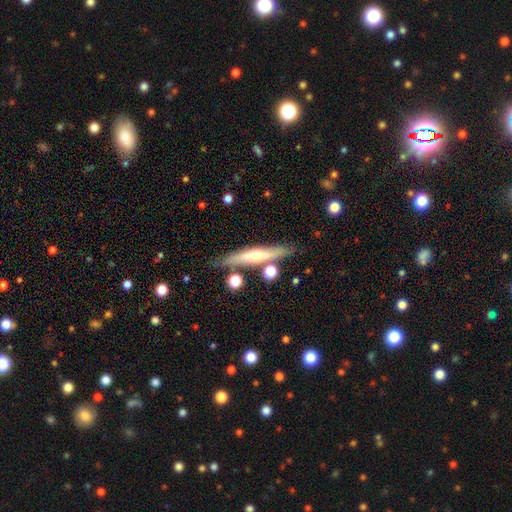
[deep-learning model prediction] smooth-or-featured: featured or disk: 55% | smooth: 38% | star or artifact: 7%
  disk-edge-on: yes: 90% | no: 10%
  merging: none: 78% | minor disturbance: 12% | merger: 7% | major disturbance: 3%